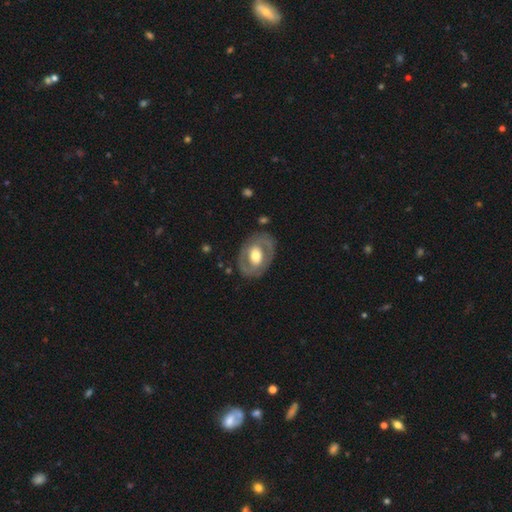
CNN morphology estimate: Smooth or featured? Predicted: featured or disk (p=0.66). Edge-on disk? Predicted: no (p=0.94). Bar? Predicted: no (p=0.54). Spiral arms? Predicted: no (p=0.55). Bulge size? Predicted: moderate (p=0.63). Merging? Predicted: none (p=0.80).